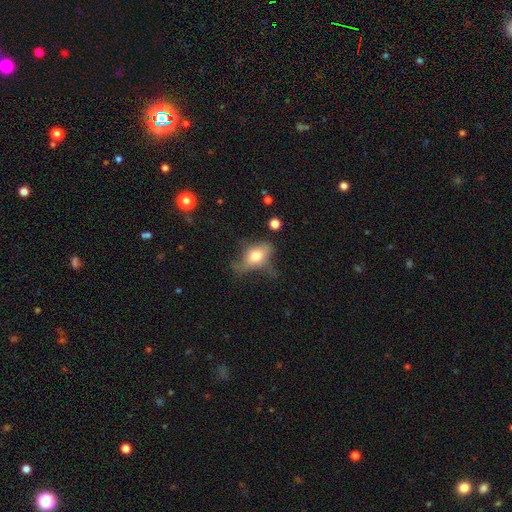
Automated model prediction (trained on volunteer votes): smooth-or-featured: smooth: 63% | featured or disk: 27% | star or artifact: 10%
  how-rounded: in between: 80% | round: 14% | cigar-shaped: 5%
  merging: none: 36% | minor disturbance: 31% | major disturbance: 29% | merger: 4%